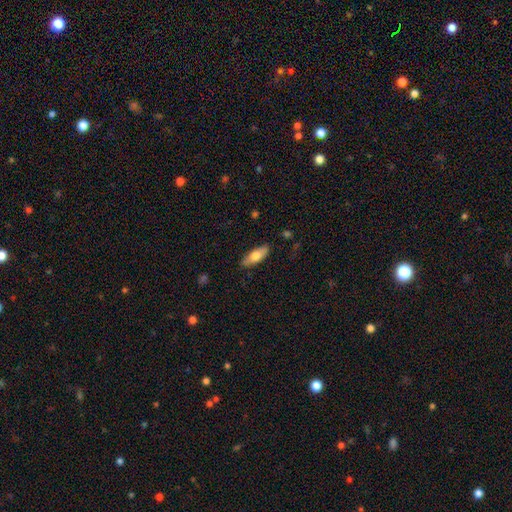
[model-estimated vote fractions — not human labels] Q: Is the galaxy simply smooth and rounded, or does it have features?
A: smooth — 72%.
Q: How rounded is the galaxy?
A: in between — 68%.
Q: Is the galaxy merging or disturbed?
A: none — 86%.